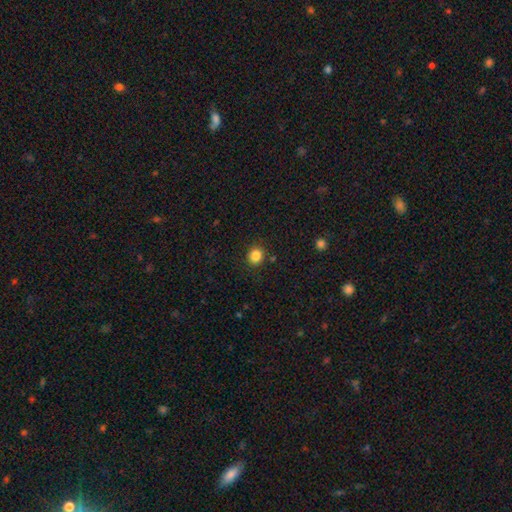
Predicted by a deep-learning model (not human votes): This appears to be a smooth galaxy with no disk features (85%) that is round (83%). Merging: none (89%).